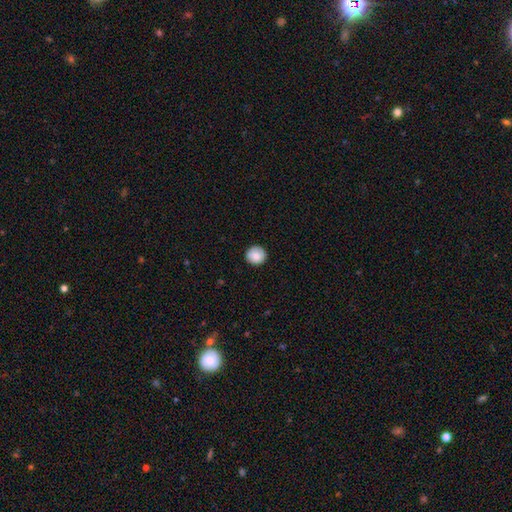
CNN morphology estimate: Smooth or featured?
  - smooth: 84% *
  - featured or disk: 8%
  - star or artifact: 8%
How rounded?
  - round: 93% *
  - in between: 6%
  - cigar-shaped: 1%
Merging?
  - none: 88% *
  - minor disturbance: 9%
  - major disturbance: 2%
  - merger: 1%